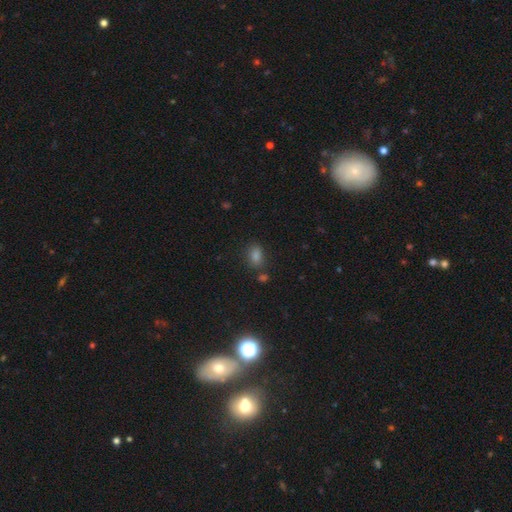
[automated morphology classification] smooth-or-featured: smooth: 69% | star or artifact: 25% | featured or disk: 6%
  how-rounded: in between: 71% | round: 27% | cigar-shaped: 2%
  merging: none: 78% | minor disturbance: 11% | merger: 7% | major disturbance: 4%